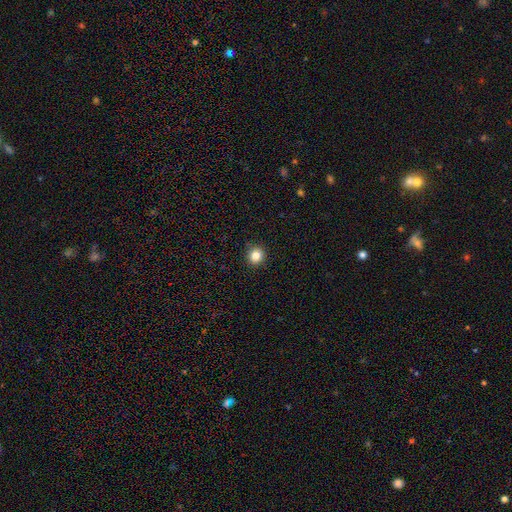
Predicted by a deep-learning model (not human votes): A smooth galaxy with no disk features (84%) that is round (88%).

Vote fractions:
- Smooth or featured? smooth: 84% / star or artifact: 11% / featured or disk: 5%
- How rounded? round: 88% / in between: 11% / cigar-shaped: 1%
- Merging? none: 91% / minor disturbance: 7% / major disturbance: 2% / merger: 1%